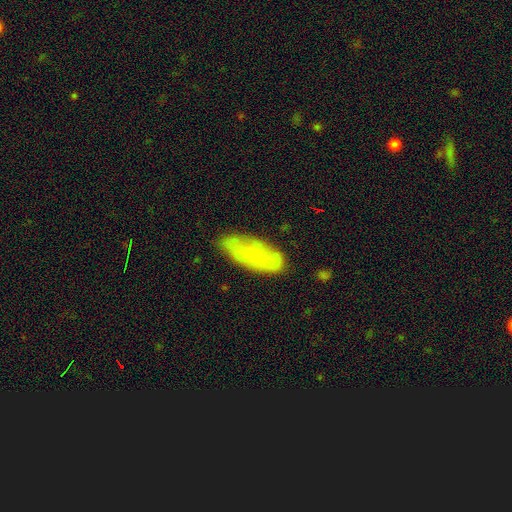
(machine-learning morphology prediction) Smooth or featured?
  - smooth: 52% *
  - featured or disk: 40%
  - star or artifact: 8%
How rounded?
  - in between: 68% *
  - cigar-shaped: 30%
  - round: 2%
Merging?
  - none: 73% *
  - minor disturbance: 20%
  - major disturbance: 5%
  - merger: 2%